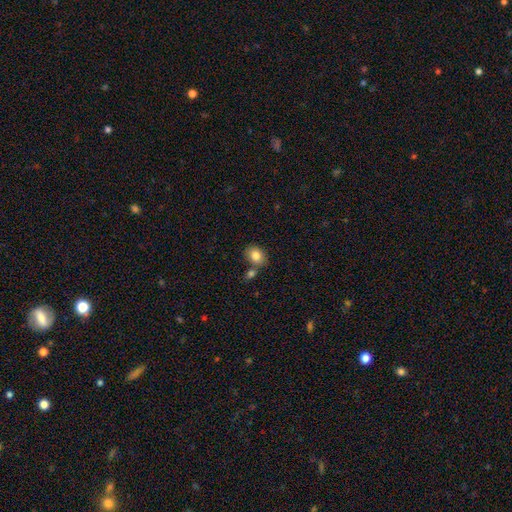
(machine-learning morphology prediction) type=smooth (83%); roundness=in between (59%); merging=none (66%).